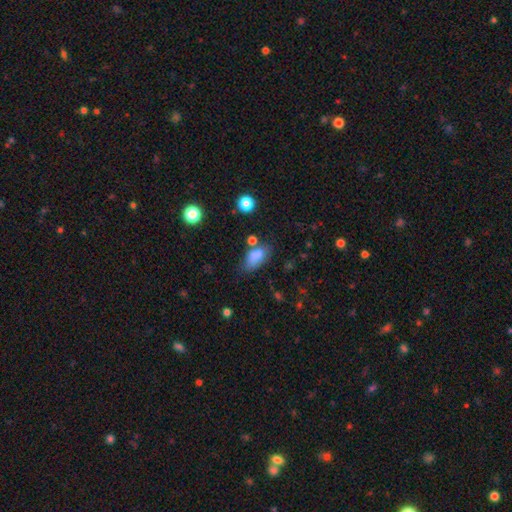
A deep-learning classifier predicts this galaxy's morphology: Smooth or featured?
  - smooth: 81% *
  - star or artifact: 10%
  - featured or disk: 9%
How rounded?
  - in between: 89% *
  - round: 7%
  - cigar-shaped: 4%
Merging?
  - none: 54% *
  - minor disturbance: 25%
  - merger: 11%
  - major disturbance: 10%